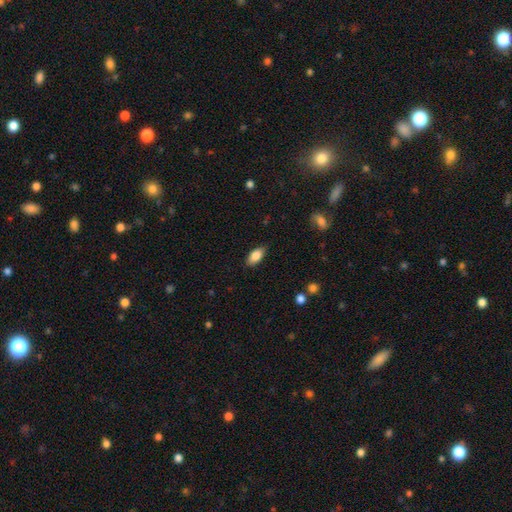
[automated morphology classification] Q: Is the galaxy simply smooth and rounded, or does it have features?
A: smooth — 85%.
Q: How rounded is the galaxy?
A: in between — 90%.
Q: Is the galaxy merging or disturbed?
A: none — 84%.